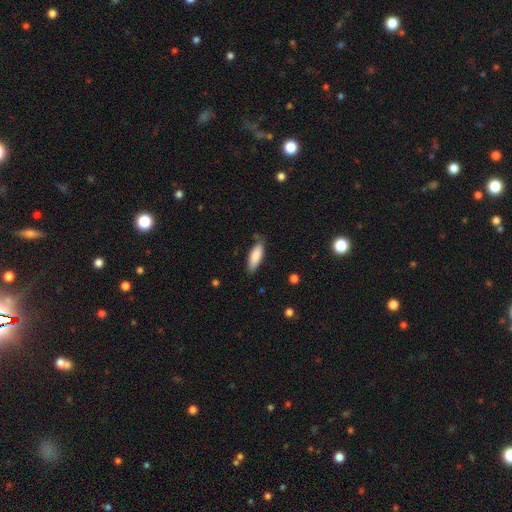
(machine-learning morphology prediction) This is clearly a smooth galaxy (85%). How rounded: likely in between (61%). Merging: likely none (78%).